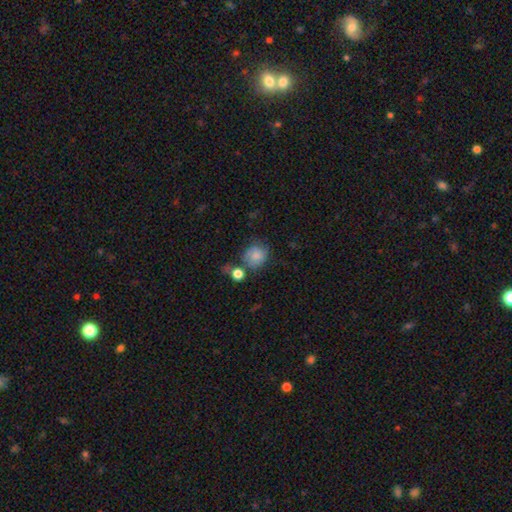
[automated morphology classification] Smooth or featured? Predicted: smooth (p=0.77). How rounded? Predicted: round (p=0.81). Merging? Predicted: none (p=0.54).